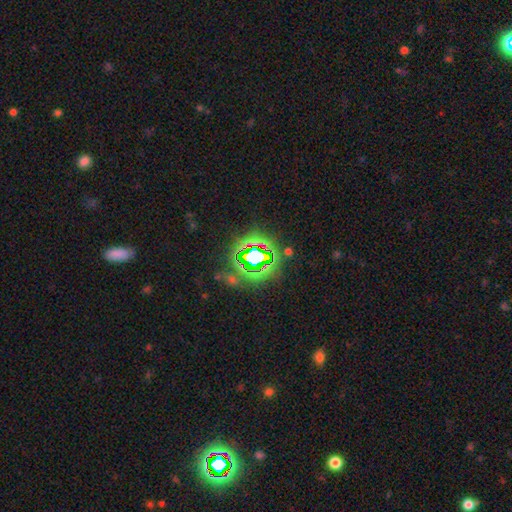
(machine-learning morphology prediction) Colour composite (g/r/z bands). It shows a star or artifact, not a galaxy (78%).